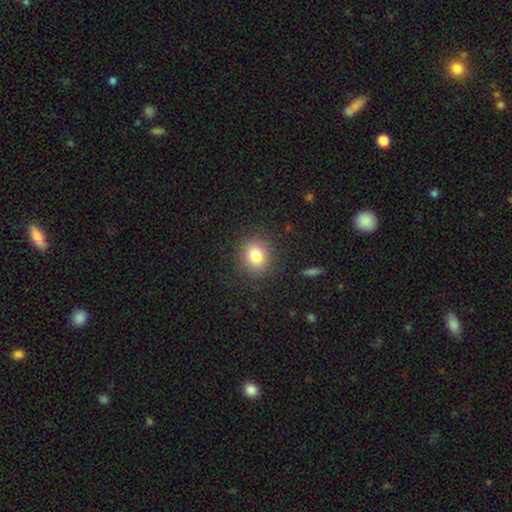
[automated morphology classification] smooth-or-featured: smooth: 82% | star or artifact: 11% | featured or disk: 8%
  how-rounded: round: 69% | in between: 30% | cigar-shaped: 1%
  merging: none: 85% | minor disturbance: 10% | major disturbance: 4% | merger: 1%